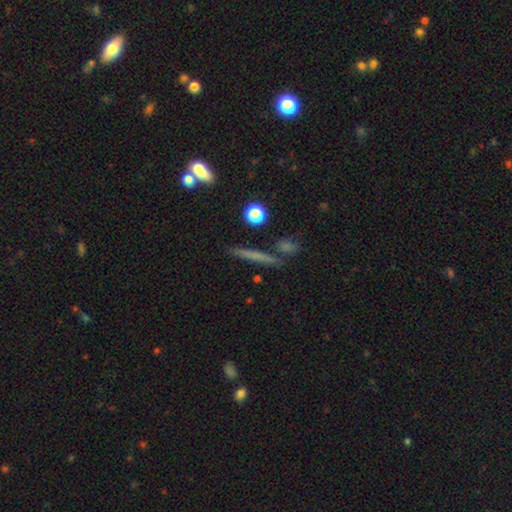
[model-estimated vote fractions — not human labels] This is possibly a smooth galaxy (53%). How rounded: clearly cigar-shaped (88%). Merging: clearly none (81%).